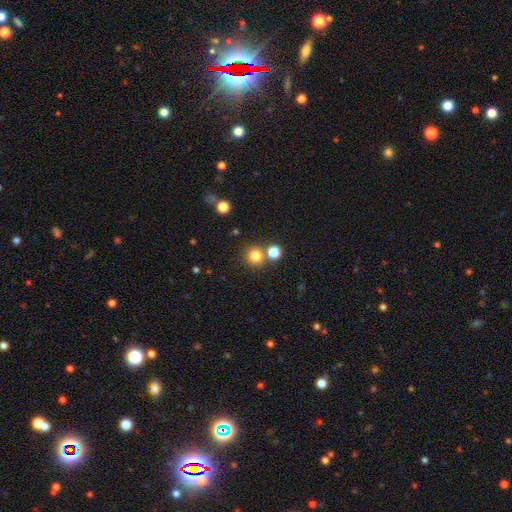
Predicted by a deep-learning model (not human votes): Smooth or featured?
  - smooth: 79% *
  - star or artifact: 14%
  - featured or disk: 6%
How rounded?
  - round: 93% *
  - in between: 6%
  - cigar-shaped: 1%
Merging?
  - none: 72% *
  - merger: 18%
  - minor disturbance: 7%
  - major disturbance: 3%